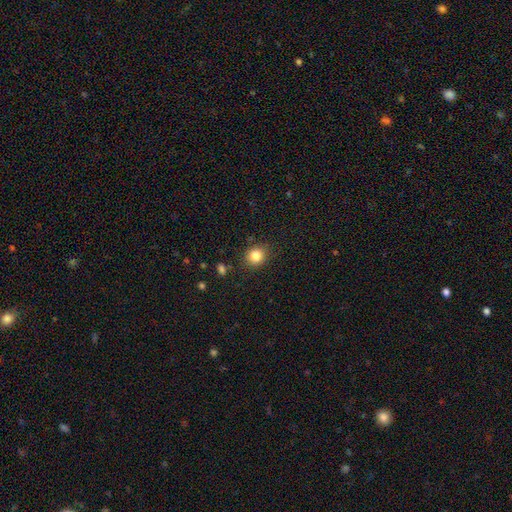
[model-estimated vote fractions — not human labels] This appears to be a smooth galaxy with no disk features (83%) that is round (74%). Merging: none (86%).